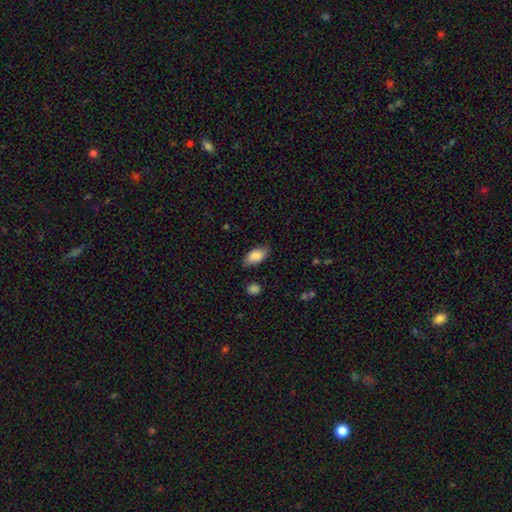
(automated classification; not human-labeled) This is clearly a smooth galaxy (84%). How rounded: clearly in between (92%). Merging: likely none (76%).